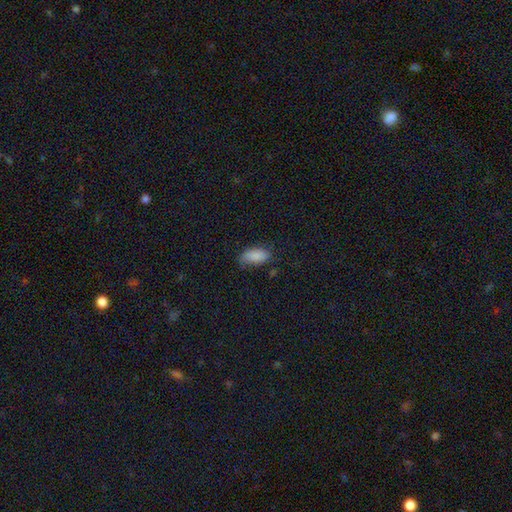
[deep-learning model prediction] Morphology: type=smooth (86%); roundness=in between (92%); merging=none (66%).